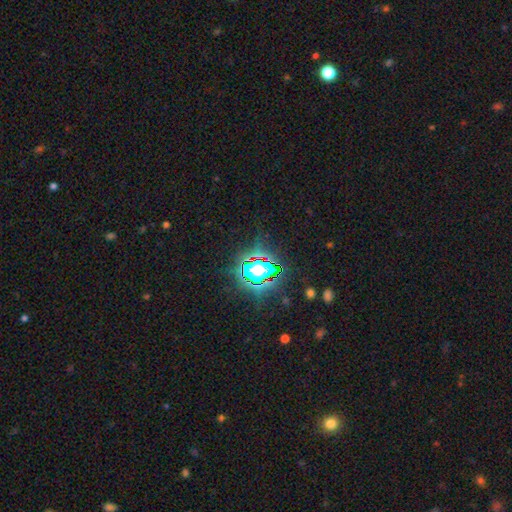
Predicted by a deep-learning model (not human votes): This is likely a star or artifact rather than a galaxy (79%).